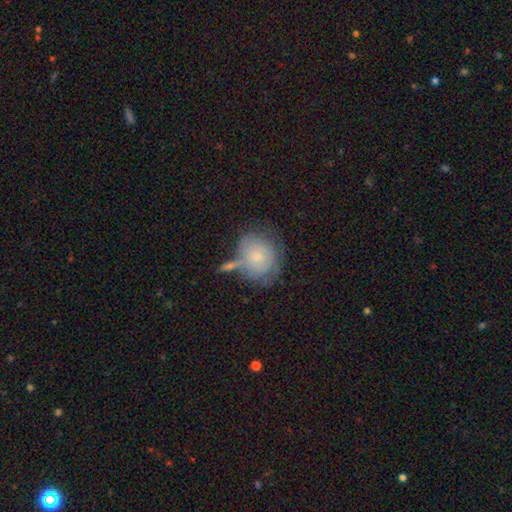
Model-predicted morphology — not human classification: type=smooth (63%); roundness=round (75%); merging=none (48%).